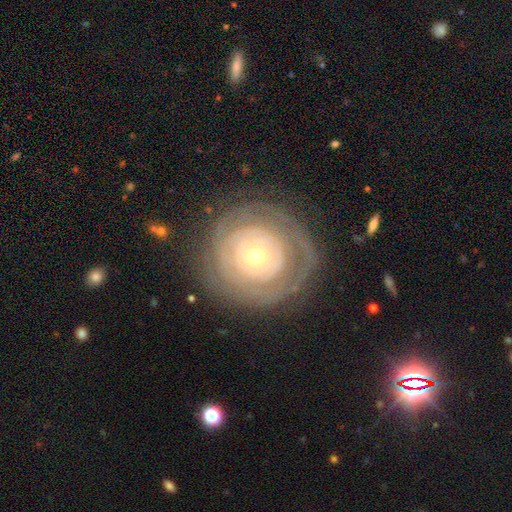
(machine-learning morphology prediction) Overall: featured or disk (67%; smooth 27%). Edge-on disk: no (96%). Bar: no (88%). Spiral arms: yes (56%; no 44%). Bulge size: small (71%). Merging: none (77%).